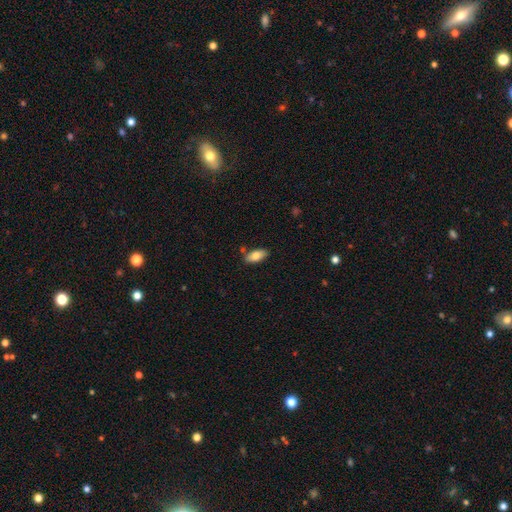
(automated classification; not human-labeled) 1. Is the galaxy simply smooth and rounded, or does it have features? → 80% smooth, 14% featured or disk, 7% star or artifact.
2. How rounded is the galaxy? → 90% in between, 8% cigar-shaped, 2% round.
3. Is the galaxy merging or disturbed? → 80% none, 12% minor disturbance, 5% merger, 2% major disturbance.